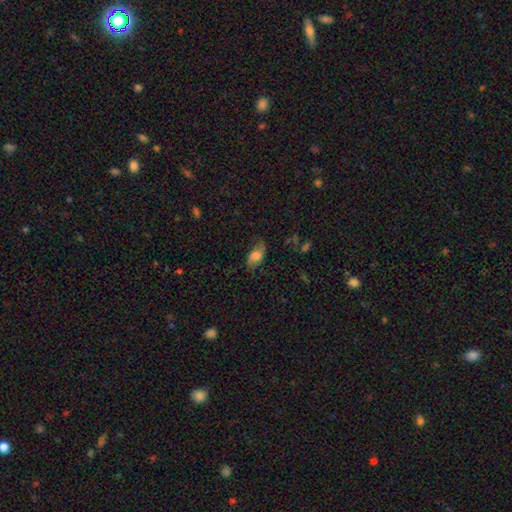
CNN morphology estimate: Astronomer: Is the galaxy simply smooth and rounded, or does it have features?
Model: smooth — 63%.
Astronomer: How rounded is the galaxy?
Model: in between — 88%.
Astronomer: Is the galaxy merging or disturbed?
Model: none — 65%.